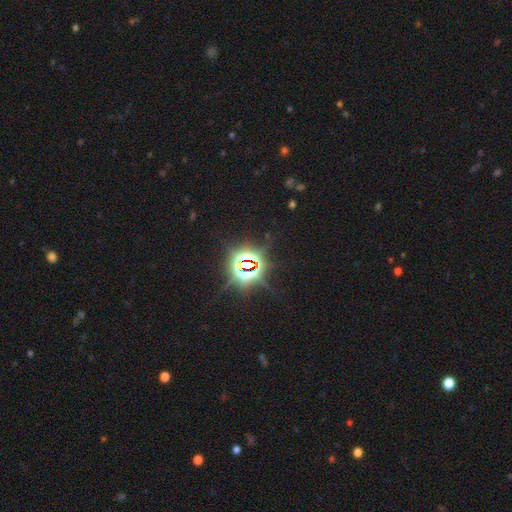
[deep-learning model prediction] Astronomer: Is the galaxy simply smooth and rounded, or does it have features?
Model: star or artifact — 86%.